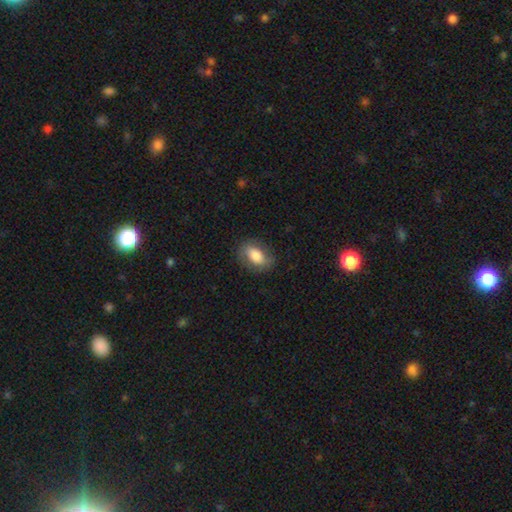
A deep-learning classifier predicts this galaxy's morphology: A smooth galaxy with no disk features (72%) that is in between round and cigar-shaped (85%). Merging: none (80%).